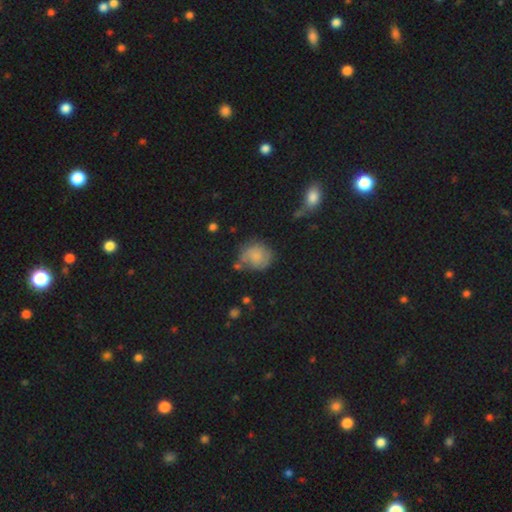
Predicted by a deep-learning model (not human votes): The model was most divided on "merging": none: 54%, minor disturbance: 27%, major disturbance: 12%, merger: 8%. More confident: how rounded — round (77%); smooth or featured — smooth (64%).